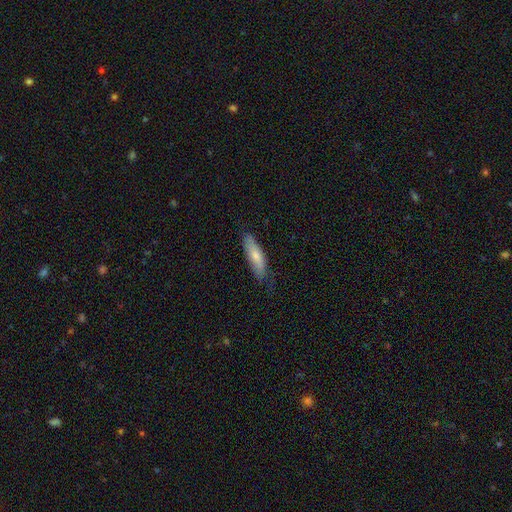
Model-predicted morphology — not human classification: smooth 68%, featured or disk 26%, star or artifact 6%. Down the decision tree: how rounded — cigar-shaped (59%); merging — none (69%).